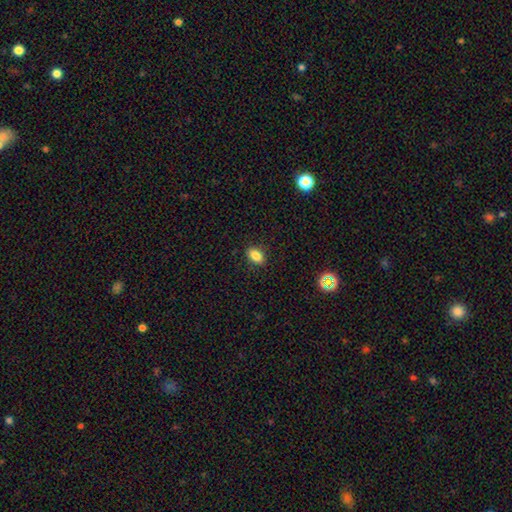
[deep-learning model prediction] This is clearly a smooth galaxy (83%). How rounded: clearly in between (85%). Merging: clearly none (88%).